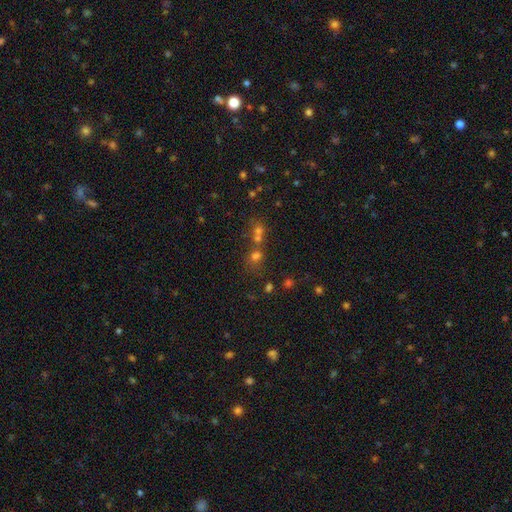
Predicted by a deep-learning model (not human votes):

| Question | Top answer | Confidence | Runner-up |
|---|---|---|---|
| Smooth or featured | smooth | 49% | star or artifact (38%) |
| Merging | merger | 45% | none (44%) |